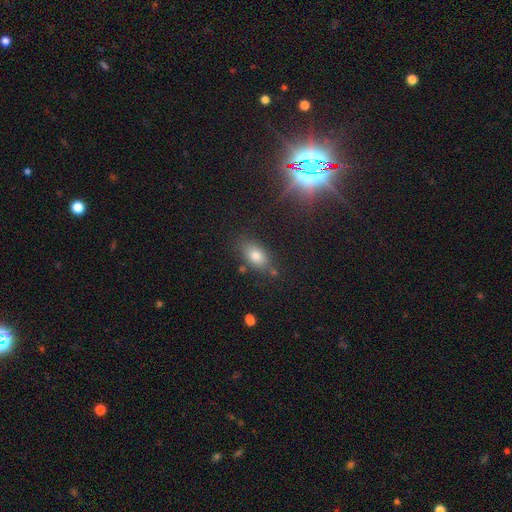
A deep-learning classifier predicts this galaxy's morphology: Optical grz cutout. It shows a smooth galaxy with no disk features (76%) that is in between round and cigar-shaped (86%). Merging: none (77%).